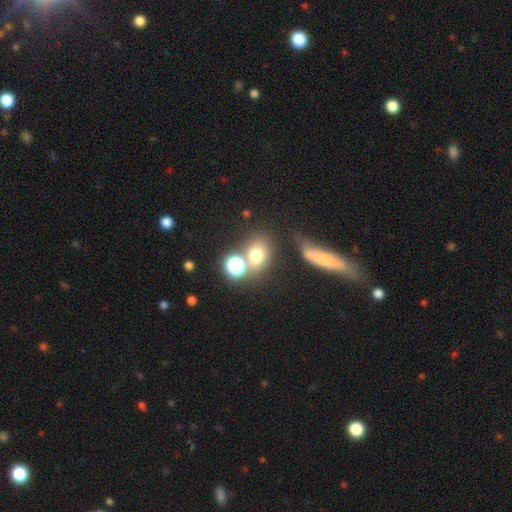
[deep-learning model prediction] smooth-or-featured: smooth: 68% | star or artifact: 20% | featured or disk: 12%
  how-rounded: round: 51% | in between: 47% | cigar-shaped: 2%
  merging: none: 54% | merger: 27% | minor disturbance: 12% | major disturbance: 7%